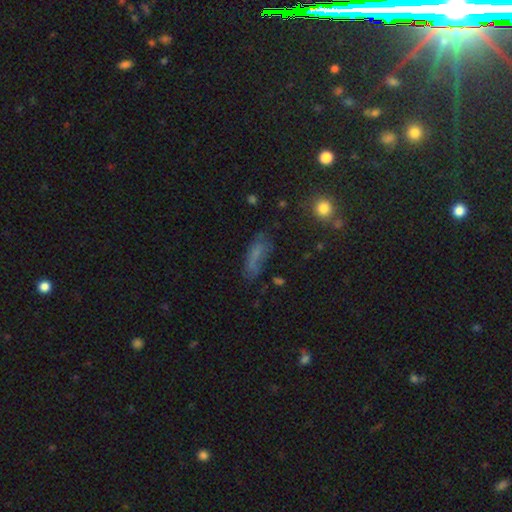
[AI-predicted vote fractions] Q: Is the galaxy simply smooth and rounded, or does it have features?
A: smooth — 58%.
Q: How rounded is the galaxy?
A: in between — 52%.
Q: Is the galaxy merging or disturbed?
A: none — 54%.